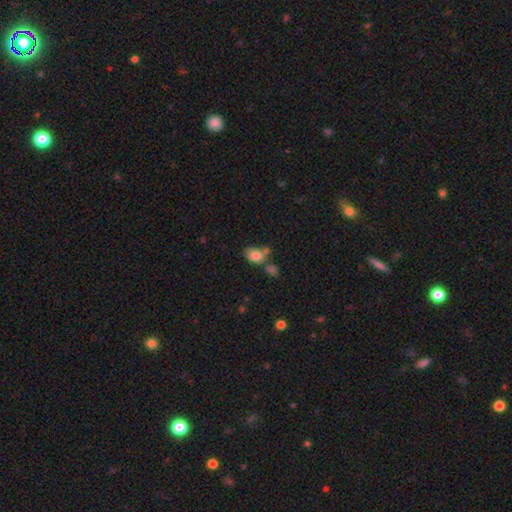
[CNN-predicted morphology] Smooth or featured? smooth (79%)
How rounded? in between (78%)
Merging? none (37%)